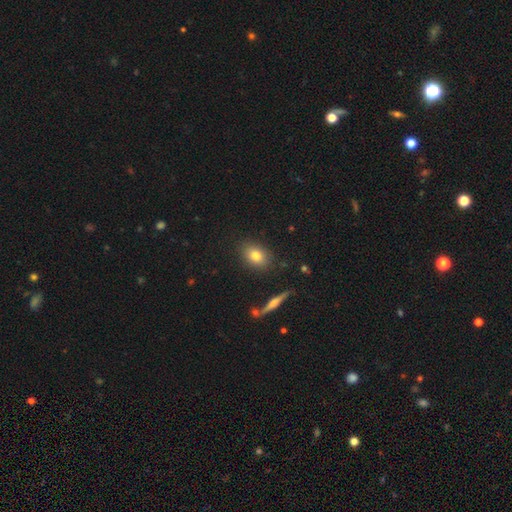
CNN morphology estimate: This is likely a smooth galaxy (79%). How rounded: likely in between (69%). Merging: clearly none (85%).